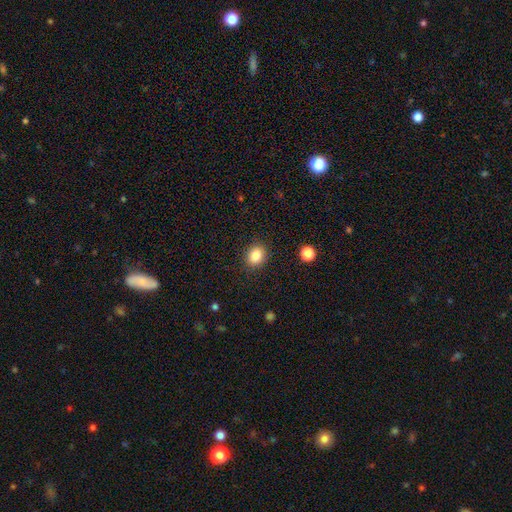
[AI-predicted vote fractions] This is clearly a smooth galaxy (85%). How rounded: possibly round (52%). Merging: clearly none (88%).